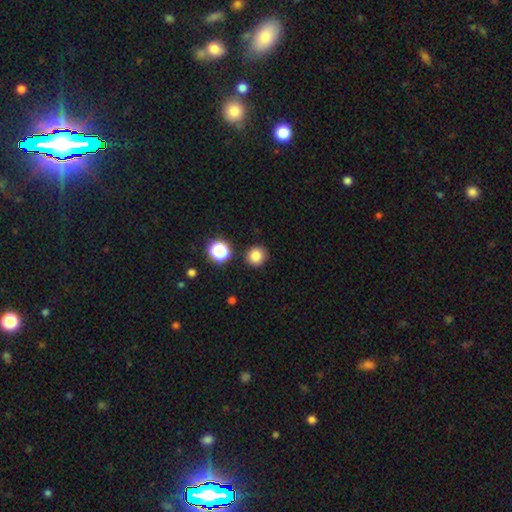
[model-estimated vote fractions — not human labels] The model was most divided on "smooth or featured": smooth: 82%, star or artifact: 13%, featured or disk: 5%. More confident: how rounded — round (92%); merging — none (89%).